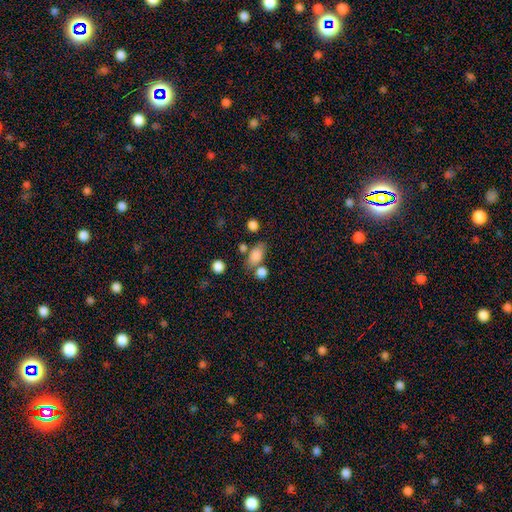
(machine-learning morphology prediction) Q: Smooth or featured?
A: smooth (81%); runner-up: star or artifact (11%)
Q: How rounded?
A: in between (80%); runner-up: round (14%)
Q: Merging?
A: none (58%); runner-up: merger (19%)